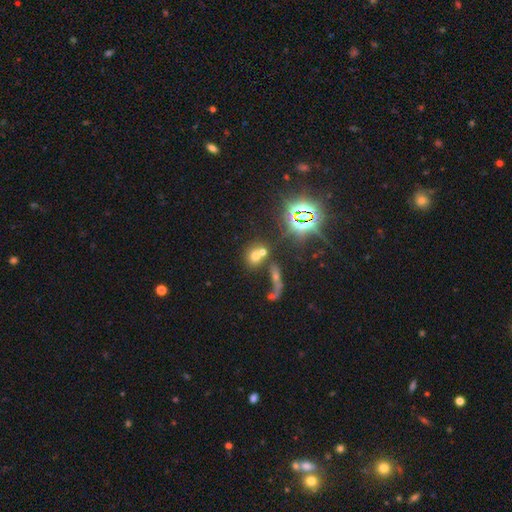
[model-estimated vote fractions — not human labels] This is possibly a smooth galaxy (56%). How rounded: likely round (73%). Merging: possibly merger (46%).